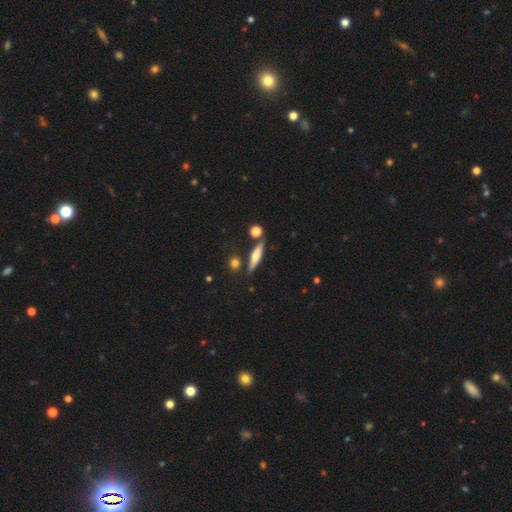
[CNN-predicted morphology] Smooth or featured? Predicted: featured or disk (p=0.51). Edge-on disk? Predicted: yes (p=0.94). Merging? Predicted: none (p=0.81).